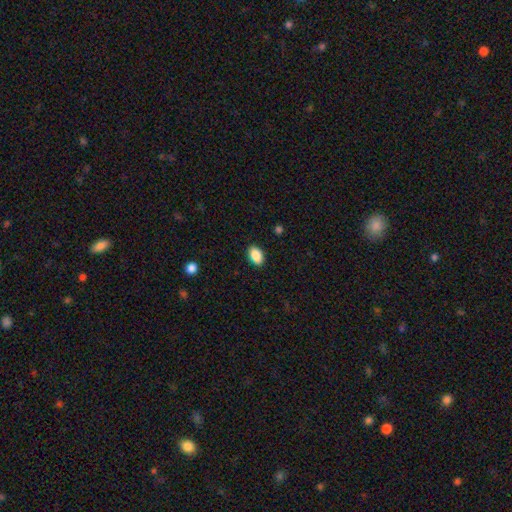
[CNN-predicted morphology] Smooth or featured? smooth (89%)
How rounded? in between (90%)
Merging? none (89%)